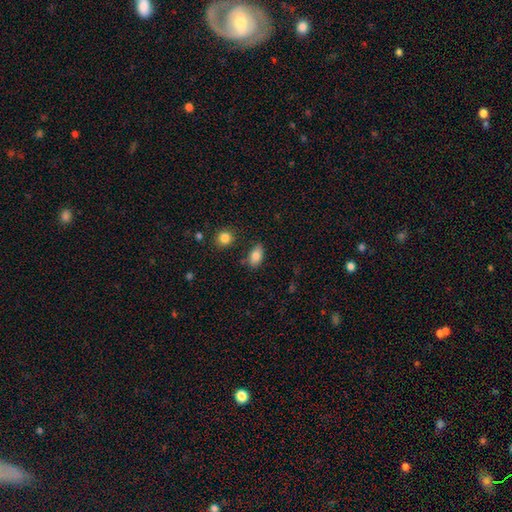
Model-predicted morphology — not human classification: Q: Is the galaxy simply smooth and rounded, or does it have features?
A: smooth — 82%.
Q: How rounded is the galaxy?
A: in between — 88%.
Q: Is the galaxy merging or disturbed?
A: none — 74%.